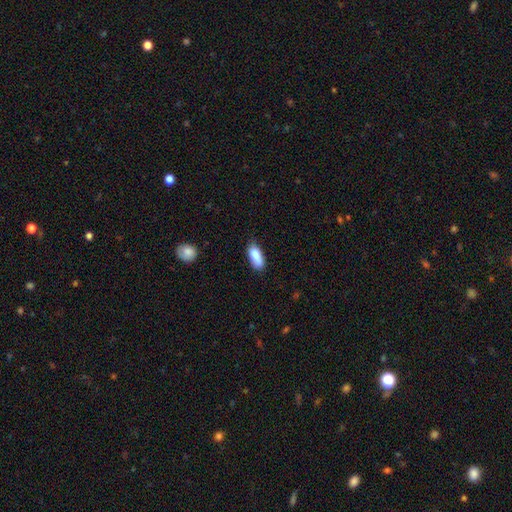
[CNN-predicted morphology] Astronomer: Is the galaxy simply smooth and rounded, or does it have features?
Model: smooth — 87%.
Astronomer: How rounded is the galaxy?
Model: in between — 80%.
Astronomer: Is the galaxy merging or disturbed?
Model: none — 73%.